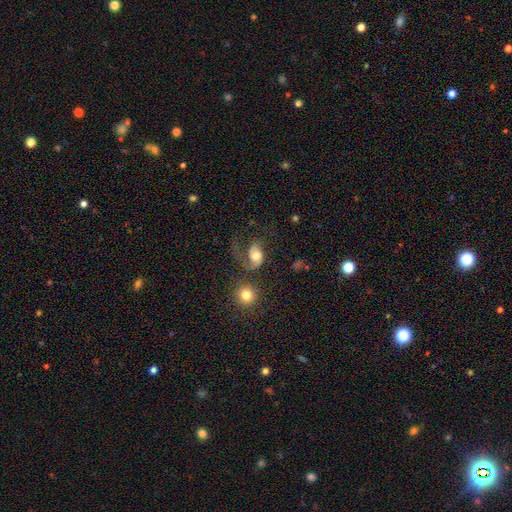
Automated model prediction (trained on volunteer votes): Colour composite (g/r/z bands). It shows a featured or disk galaxy (53%) with no bar (69%), spiral arms (83%) and a moderate central bulge (60%). Merging: major disturbance (47%).